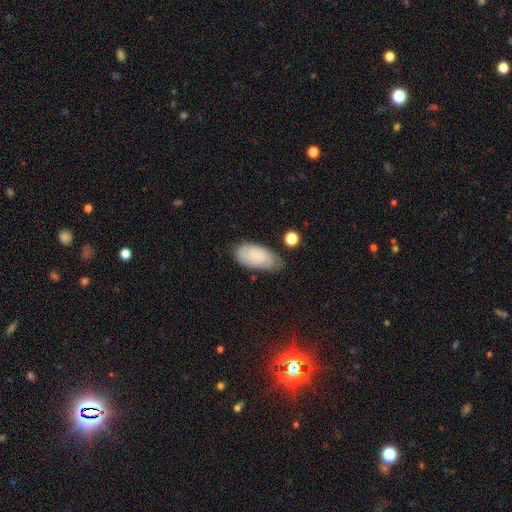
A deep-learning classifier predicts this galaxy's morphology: smooth 71%, featured or disk 21%, star or artifact 8%. Down the decision tree: how rounded — in between (92%); merging — none (59%).